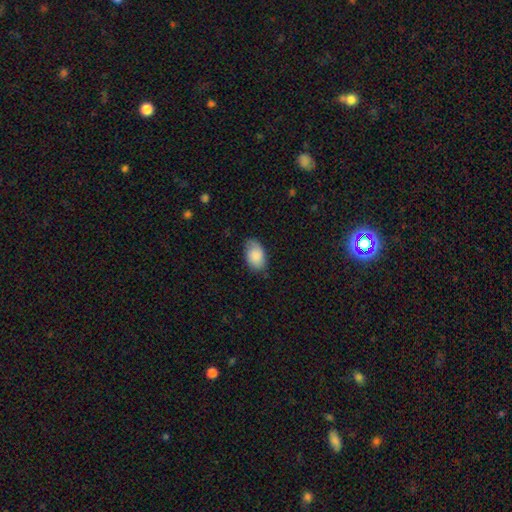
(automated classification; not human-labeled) Q: Smooth or featured?
A: smooth (83%); runner-up: featured or disk (10%)
Q: How rounded?
A: in between (91%); runner-up: round (8%)
Q: Merging?
A: none (71%); runner-up: minor disturbance (23%)